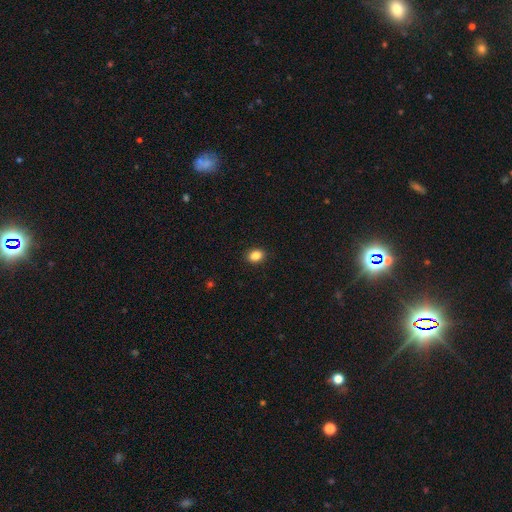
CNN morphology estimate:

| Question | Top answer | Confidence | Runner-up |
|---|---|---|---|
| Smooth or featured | smooth | 86% | star or artifact (10%) |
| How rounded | in between | 62% | round (37%) |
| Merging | none | 91% | minor disturbance (6%) |